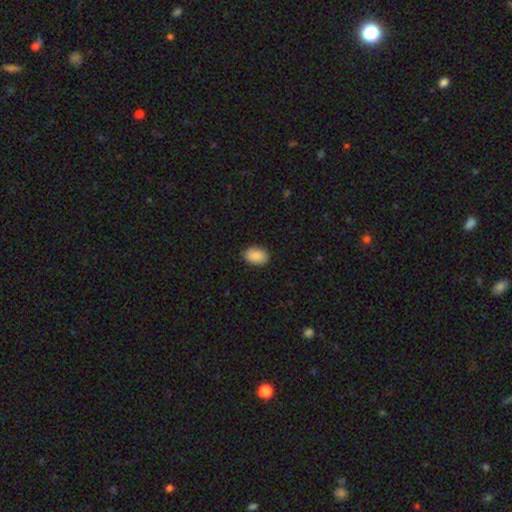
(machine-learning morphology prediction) A smooth galaxy with no disk features (88%) that is in between round and cigar-shaped (86%). Merging: none (89%).